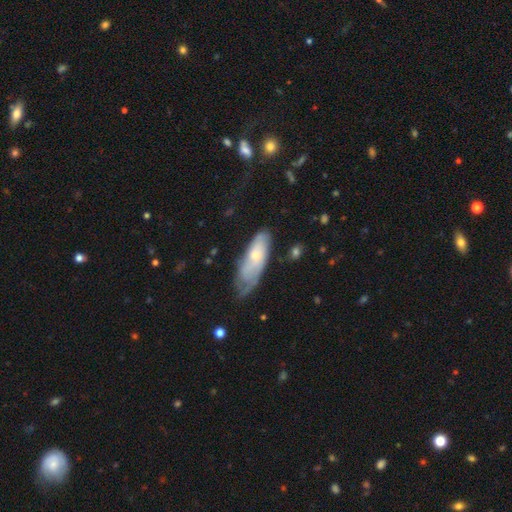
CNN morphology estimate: smooth-or-featured: smooth: 53% | featured or disk: 41% | star or artifact: 6%
  how-rounded: in between: 66% | cigar-shaped: 32% | round: 2%
  merging: none: 38% | minor disturbance: 37% | major disturbance: 21% | merger: 4%